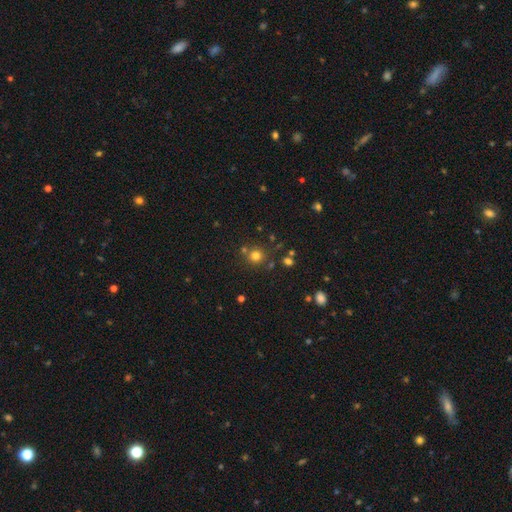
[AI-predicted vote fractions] Smooth or featured? Predicted: smooth (p=0.75). How rounded? Predicted: round (p=0.92). Merging? Predicted: none (p=0.75).